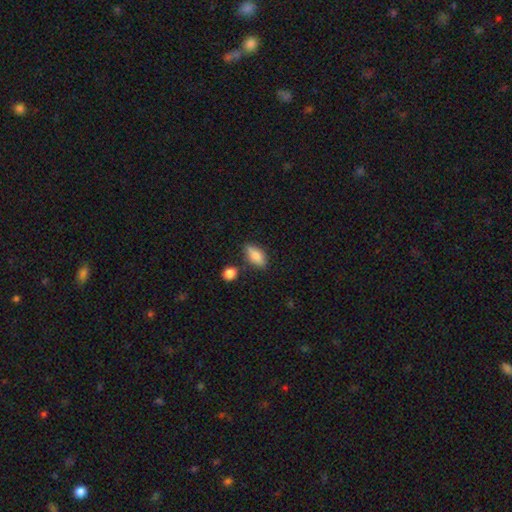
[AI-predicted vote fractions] Smooth or featured?
  - smooth: 79% *
  - featured or disk: 13%
  - star or artifact: 8%
How rounded?
  - in between: 82% *
  - cigar-shaped: 13%
  - round: 5%
Merging?
  - none: 72% *
  - minor disturbance: 18%
  - merger: 6%
  - major disturbance: 4%